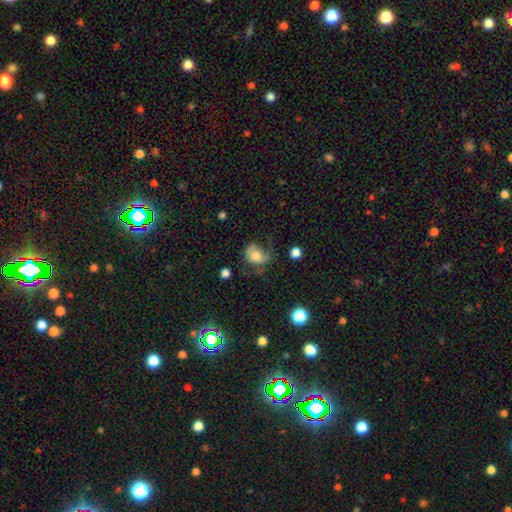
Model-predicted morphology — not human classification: Smooth or featured? Predicted: smooth (p=0.62). How rounded? Predicted: in between (p=0.52). Merging? Predicted: major disturbance (p=0.35).